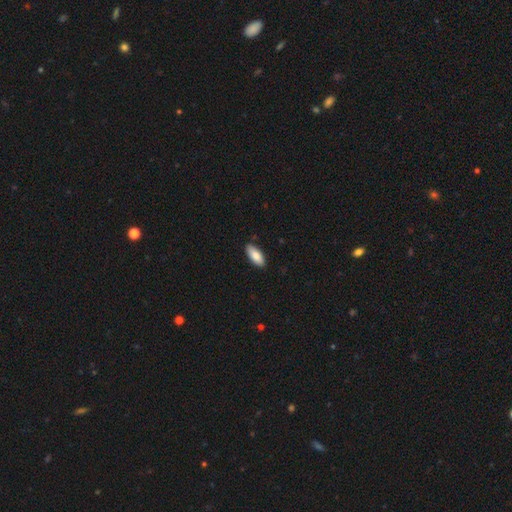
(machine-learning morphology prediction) smooth-or-featured: smooth: 85% | featured or disk: 9% | star or artifact: 6%
  how-rounded: in between: 84% | cigar-shaped: 14% | round: 2%
  merging: none: 88% | minor disturbance: 9% | major disturbance: 2% | merger: 1%